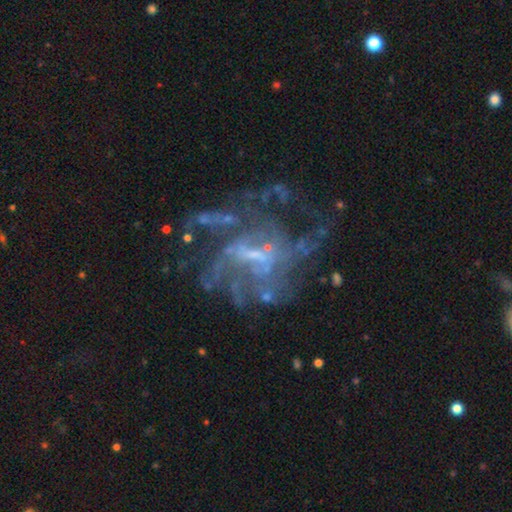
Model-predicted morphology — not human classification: Q: Smooth or featured?
A: featured or disk (78%); runner-up: star or artifact (14%)
Q: Edge-on disk?
A: no (97%); runner-up: yes (3%)
Q: Bar?
A: weak (47%); runner-up: no (38%)
Q: Spiral arms?
A: yes (70%); runner-up: no (30%)
Q: Spiral winding?
A: medium (40%); runner-up: loose (33%)
Q: Spiral arm count?
A: can't tell (48%); runner-up: 4 (16%)
Q: Bulge size?
A: small (47%); runner-up: none (29%)
Q: Merging?
A: none (43%); runner-up: major disturbance (36%)